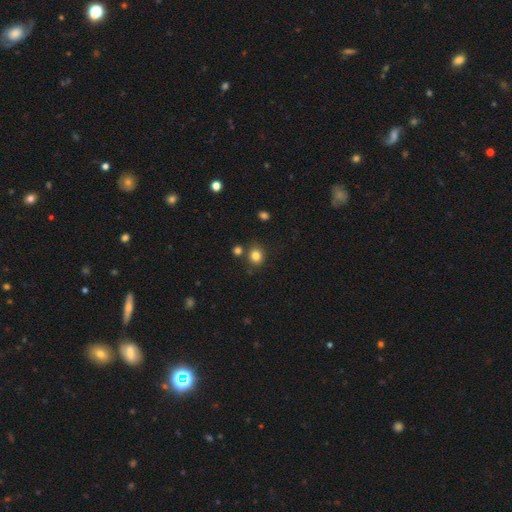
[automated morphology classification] This appears to be a smooth galaxy with no disk features (82%) that is round (76%). Merging: none (77%).